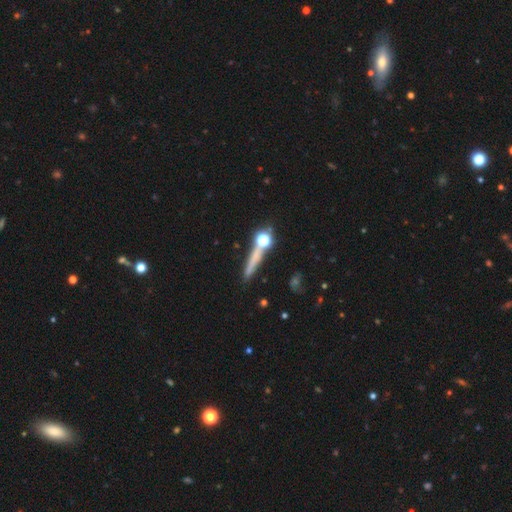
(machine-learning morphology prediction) Overall: smooth (50%; featured or disk 29%). How rounded: cigar-shaped (65%; round 25%). Merging: none (72%).